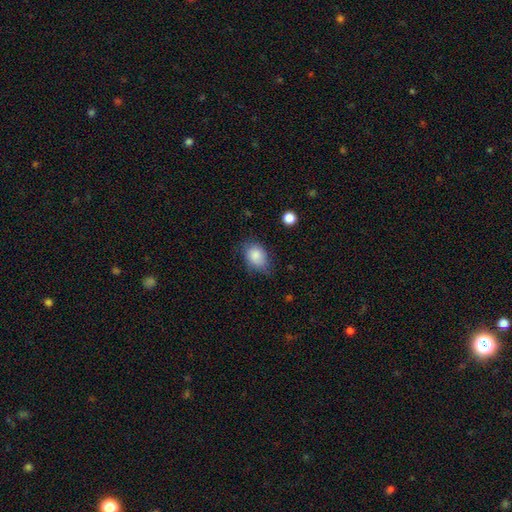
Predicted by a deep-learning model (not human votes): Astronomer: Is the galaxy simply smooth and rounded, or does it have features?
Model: smooth — 86%.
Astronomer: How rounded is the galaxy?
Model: in between — 69%.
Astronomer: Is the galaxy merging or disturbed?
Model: none — 63%.